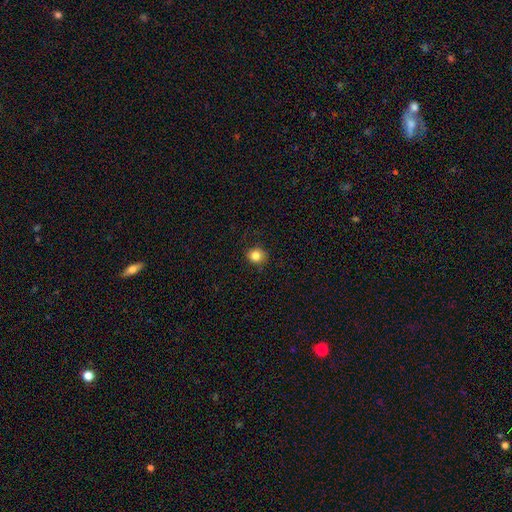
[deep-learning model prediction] smooth 83%, star or artifact 11%, featured or disk 6%. Down the decision tree: how rounded — round (80%); merging — none (84%).